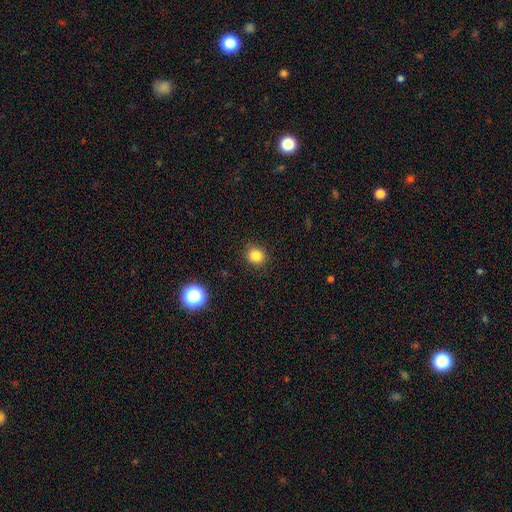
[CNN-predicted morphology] Q: Smooth or featured?
A: smooth (82%); runner-up: star or artifact (13%)
Q: How rounded?
A: round (83%); runner-up: in between (16%)
Q: Merging?
A: none (89%); runner-up: minor disturbance (8%)